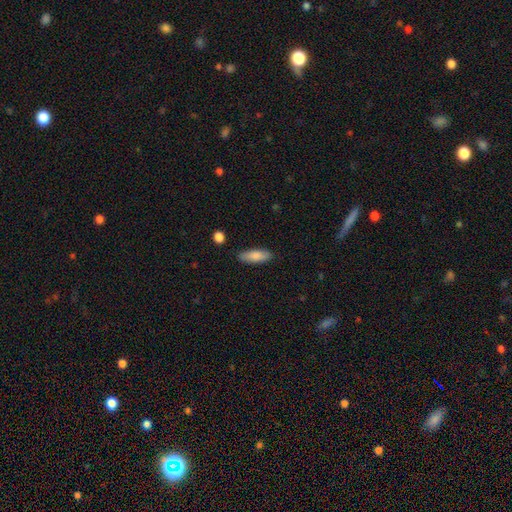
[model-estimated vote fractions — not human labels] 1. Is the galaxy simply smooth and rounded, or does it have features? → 83% smooth, 11% featured or disk, 6% star or artifact.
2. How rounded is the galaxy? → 62% in between, 36% cigar-shaped, 2% round.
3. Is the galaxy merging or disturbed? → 84% none, 11% minor disturbance, 2% major disturbance, 2% merger.